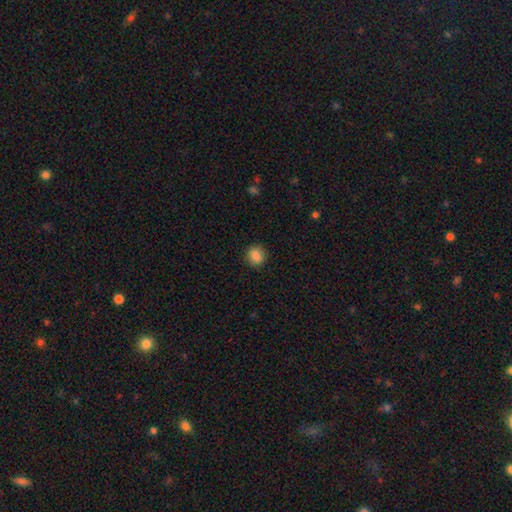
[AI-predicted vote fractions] Q: Smooth or featured?
A: smooth (86%); runner-up: star or artifact (9%)
Q: How rounded?
A: round (86%); runner-up: in between (13%)
Q: Merging?
A: none (91%); runner-up: minor disturbance (6%)